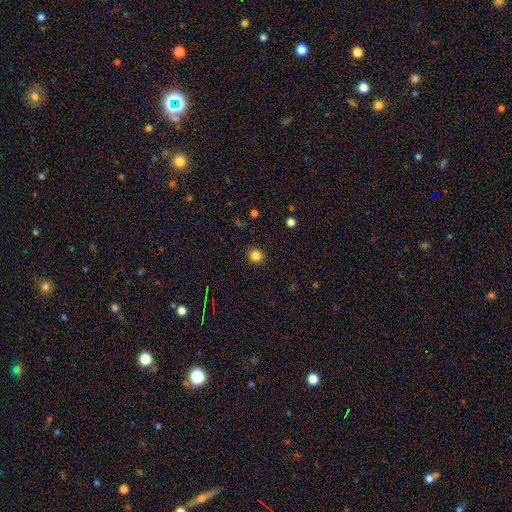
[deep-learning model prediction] smooth_or_featured: smooth (p=0.83) [alt: star or artifact p=0.13]
how_rounded: round (p=0.95) [alt: in between p=0.04]
merging: none (p=0.92) [alt: minor disturbance p=0.05]